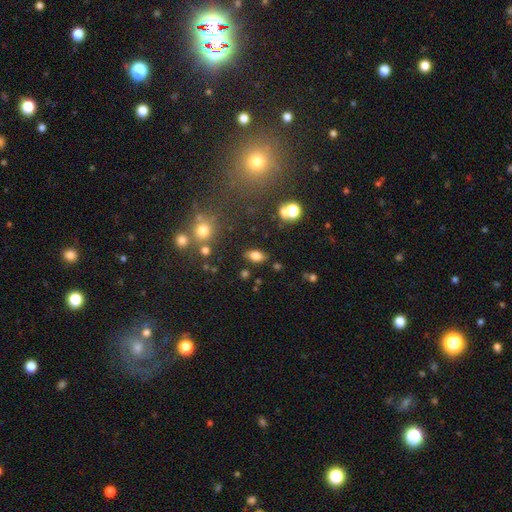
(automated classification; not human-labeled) smooth-or-featured: smooth: 75% | featured or disk: 13% | star or artifact: 12%
  how-rounded: in between: 86% | round: 8% | cigar-shaped: 6%
  merging: none: 82% | minor disturbance: 11% | merger: 4% | major disturbance: 3%